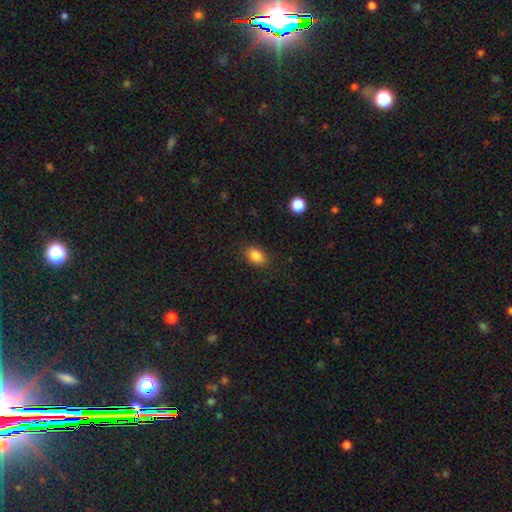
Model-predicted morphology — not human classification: Smooth or featured? Predicted: smooth (p=0.85). How rounded? Predicted: in between (p=0.82). Merging? Predicted: none (p=0.86).